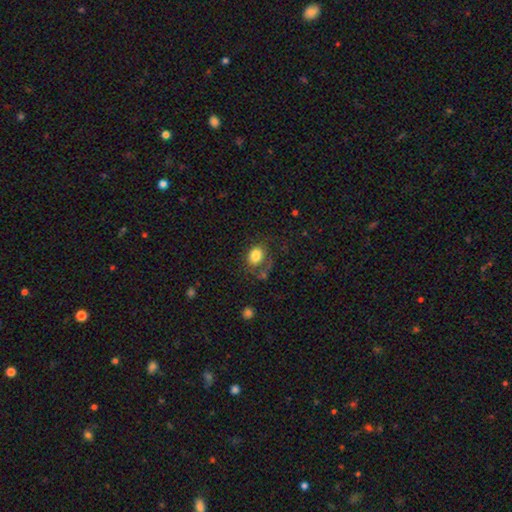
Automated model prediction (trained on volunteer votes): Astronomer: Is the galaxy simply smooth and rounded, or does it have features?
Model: smooth — 80%.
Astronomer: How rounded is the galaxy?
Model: in between — 50% (runner-up: round, 49%).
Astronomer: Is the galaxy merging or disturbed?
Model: none — 55%.